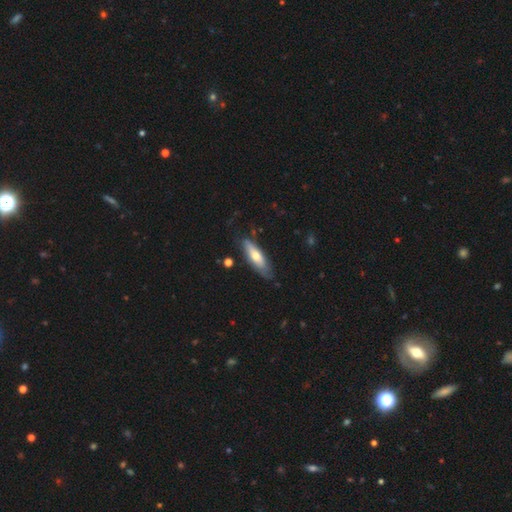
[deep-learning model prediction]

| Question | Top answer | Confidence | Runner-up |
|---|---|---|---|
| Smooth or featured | smooth | 57% | featured or disk (38%) |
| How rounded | cigar-shaped | 51% | in between (47%) |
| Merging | none | 72% | minor disturbance (21%) |